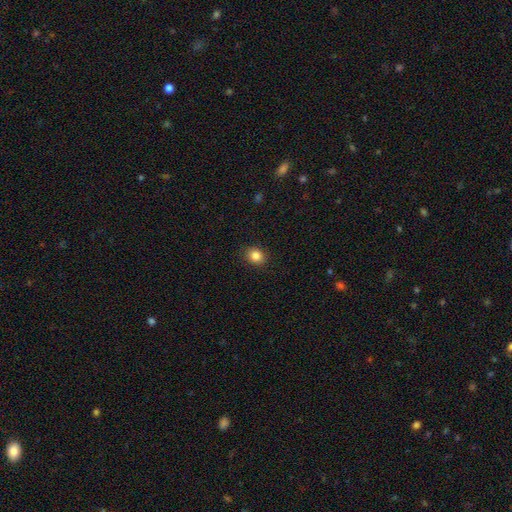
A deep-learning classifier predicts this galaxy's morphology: Smooth or featured?
  - smooth: 85% *
  - star or artifact: 10%
  - featured or disk: 5%
How rounded?
  - round: 72% *
  - in between: 28%
  - cigar-shaped: 1%
Merging?
  - none: 90% *
  - minor disturbance: 7%
  - major disturbance: 2%
  - merger: 1%